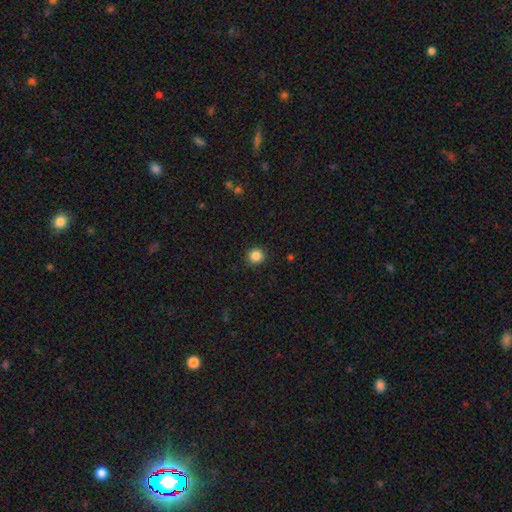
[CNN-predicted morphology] smooth 86%, star or artifact 11%, featured or disk 3%. Down the decision tree: how rounded — round (92%); merging — none (91%).